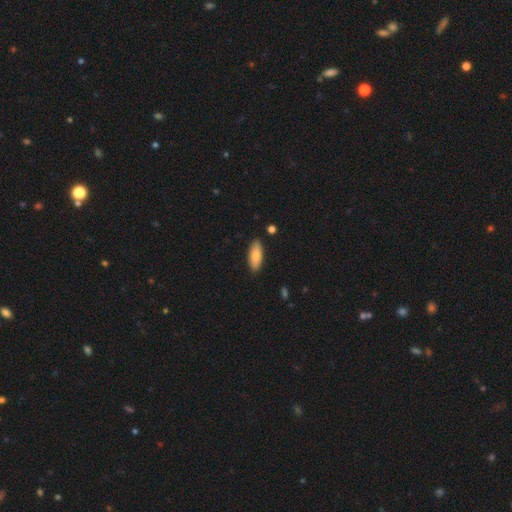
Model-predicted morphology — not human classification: Q: Smooth or featured?
A: smooth (81%); runner-up: featured or disk (13%)
Q: How rounded?
A: in between (78%); runner-up: cigar-shaped (20%)
Q: Merging?
A: none (88%); runner-up: minor disturbance (9%)